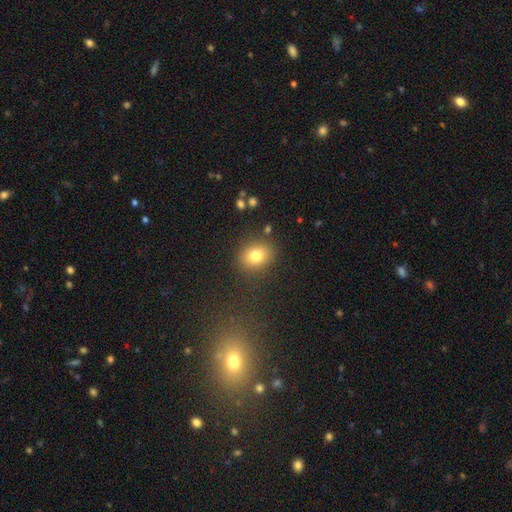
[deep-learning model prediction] This is likely a smooth galaxy (79%). How rounded: possibly round (55%). Merging: clearly none (84%).